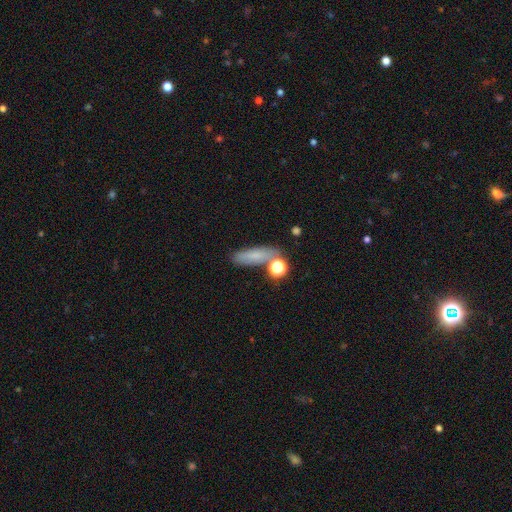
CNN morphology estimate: Q: Smooth or featured?
A: smooth (72%); runner-up: featured or disk (15%)
Q: How rounded?
A: cigar-shaped (53%); runner-up: in between (36%)
Q: Merging?
A: none (66%); runner-up: minor disturbance (15%)